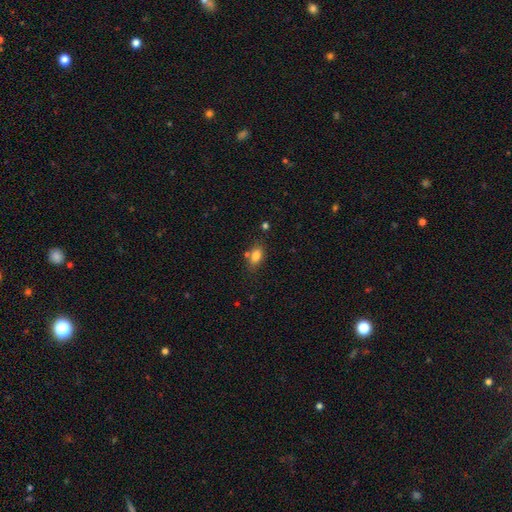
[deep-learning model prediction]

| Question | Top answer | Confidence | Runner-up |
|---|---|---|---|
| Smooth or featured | smooth | 82% | star or artifact (10%) |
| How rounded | in between | 85% | round (12%) |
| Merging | none | 69% | minor disturbance (15%) |